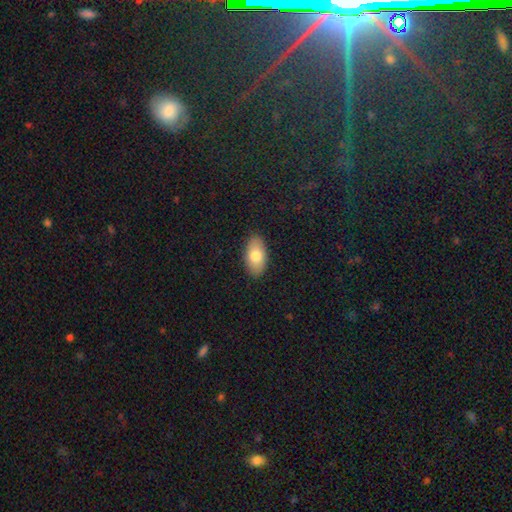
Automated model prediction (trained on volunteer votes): smooth_or_featured: smooth (p=0.77) [alt: featured or disk p=0.16]
how_rounded: in between (p=0.93) [alt: round p=0.04]
merging: none (p=0.88) [alt: minor disturbance p=0.09]